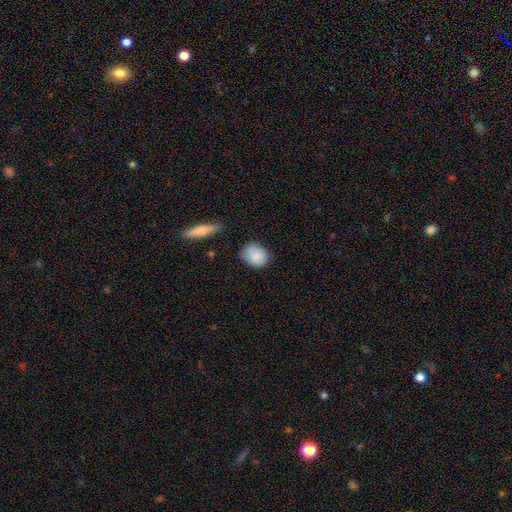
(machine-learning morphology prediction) Smooth or featured? smooth (85%)
How rounded? round (51%)
Merging? none (72%)